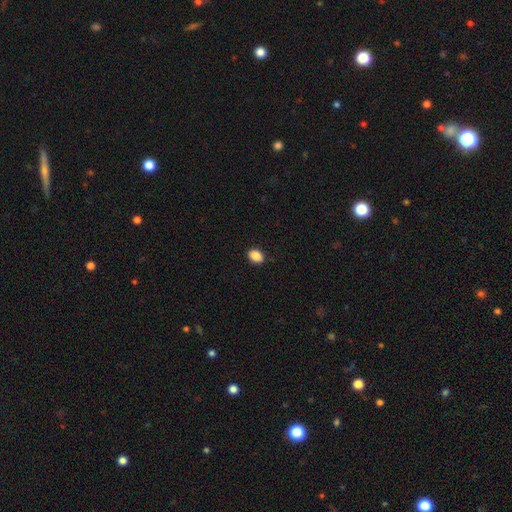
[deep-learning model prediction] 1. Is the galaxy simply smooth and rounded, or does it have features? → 88% smooth, 8% star or artifact, 3% featured or disk.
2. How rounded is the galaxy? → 70% in between, 29% round, 1% cigar-shaped.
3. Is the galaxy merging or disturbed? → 90% none, 8% minor disturbance, 2% major disturbance, 1% merger.